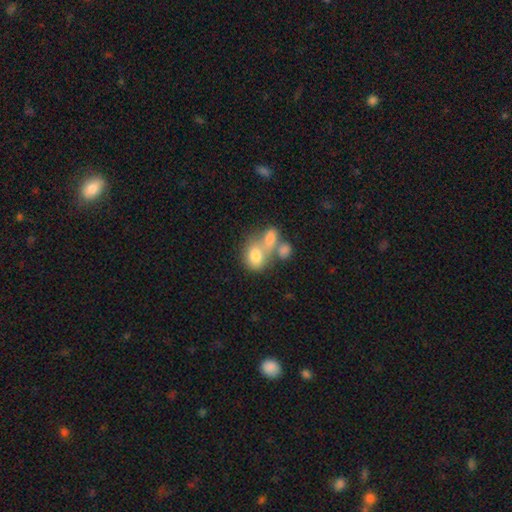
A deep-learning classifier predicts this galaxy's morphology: smooth 74%, featured or disk 17%, star or artifact 9%. Down the decision tree: how rounded — in between (56%); merging — merger (56%).